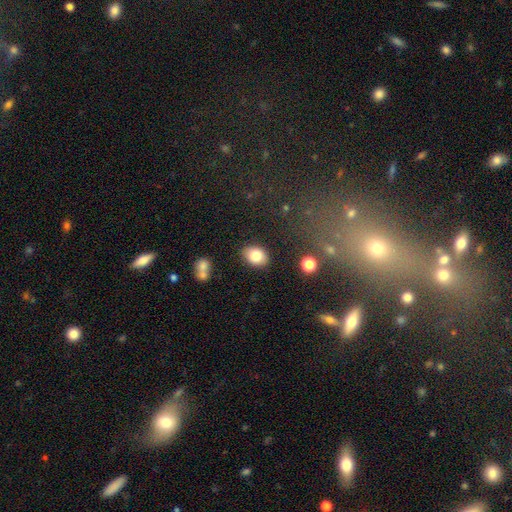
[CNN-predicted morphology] Smooth or featured? Predicted: smooth (p=0.82). How rounded? Predicted: in between (p=0.71). Merging? Predicted: none (p=0.84).